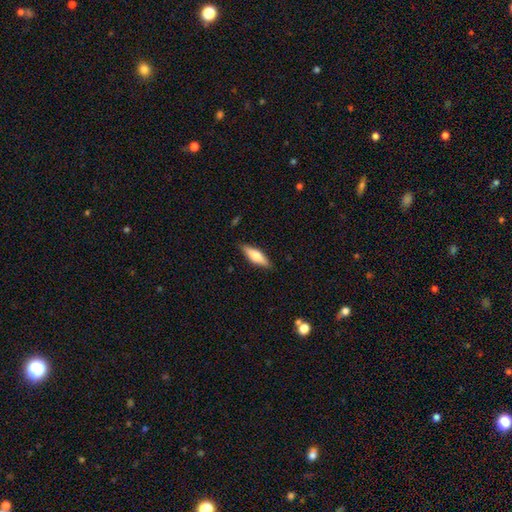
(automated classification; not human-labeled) The model was most divided on "how rounded": cigar-shaped: 50%, in between: 48%, round: 2%. More confident: merging — none (87%); smooth or featured — smooth (60%).